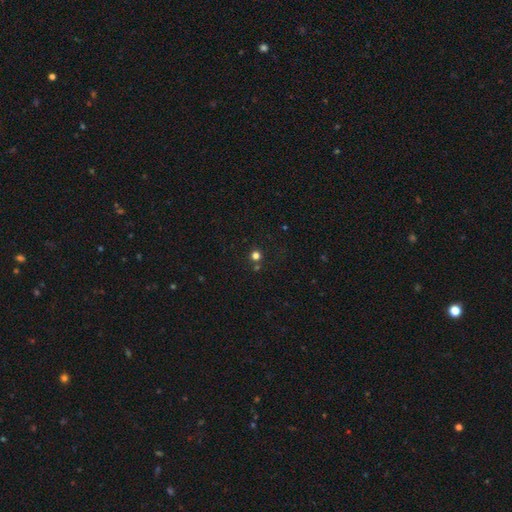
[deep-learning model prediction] This is likely a smooth galaxy (69%). How rounded: clearly round (93%). Merging: likely none (79%).